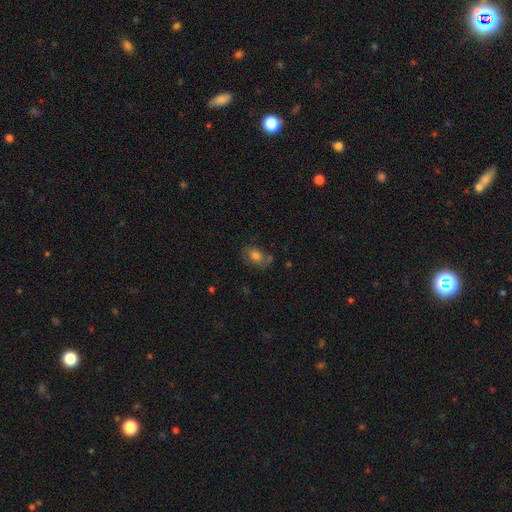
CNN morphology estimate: A smooth galaxy with no disk features (75%) that is in between round and cigar-shaped (73%).

Vote fractions:
- Smooth or featured? smooth: 75% / featured or disk: 14% / star or artifact: 11%
- How rounded? in between: 73% / round: 25% / cigar-shaped: 2%
- Merging? none: 57% / minor disturbance: 21% / merger: 14% / major disturbance: 8%